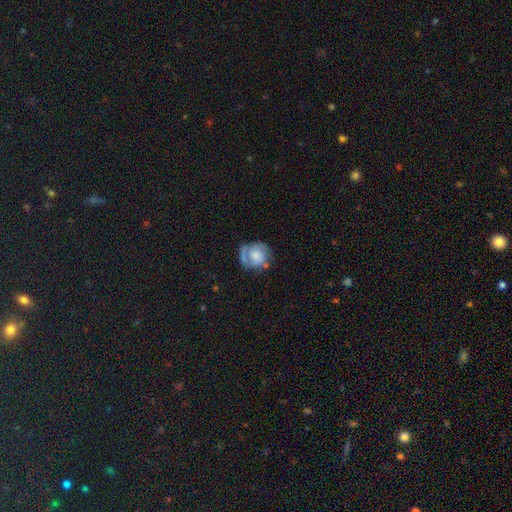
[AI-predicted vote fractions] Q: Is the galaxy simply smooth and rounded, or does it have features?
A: featured or disk — 59%.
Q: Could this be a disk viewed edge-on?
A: no — 97%.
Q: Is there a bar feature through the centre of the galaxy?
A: no — 76%.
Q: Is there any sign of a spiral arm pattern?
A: yes — 77%.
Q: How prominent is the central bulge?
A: moderate — 32%.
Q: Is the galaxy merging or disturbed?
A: none — 51%.